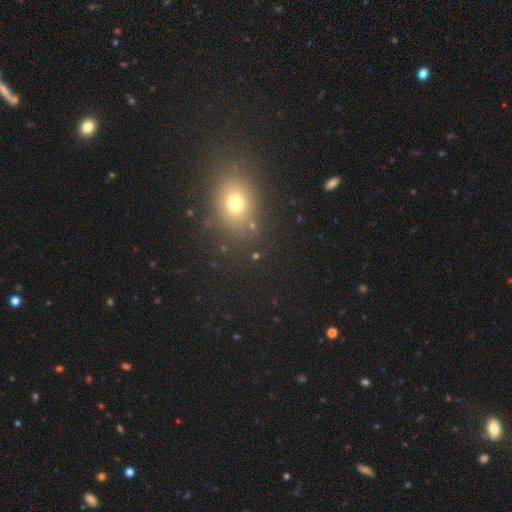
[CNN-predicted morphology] A smooth galaxy with no disk features (60%) that is round (50%). Merging: none (81%).